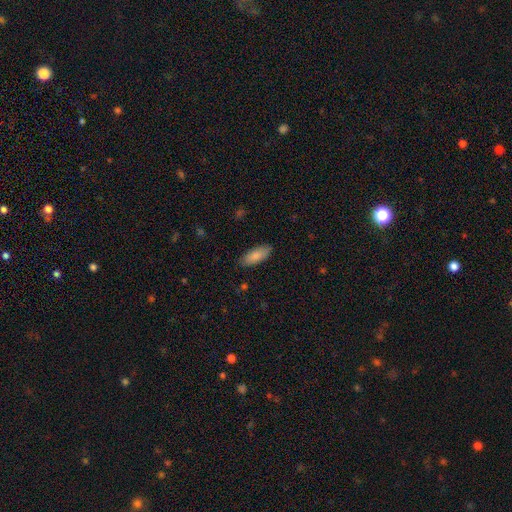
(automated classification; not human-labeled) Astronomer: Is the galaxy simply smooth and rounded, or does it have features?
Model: smooth — 86%.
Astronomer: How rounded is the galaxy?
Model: in between — 78%.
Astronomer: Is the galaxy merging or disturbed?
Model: none — 86%.